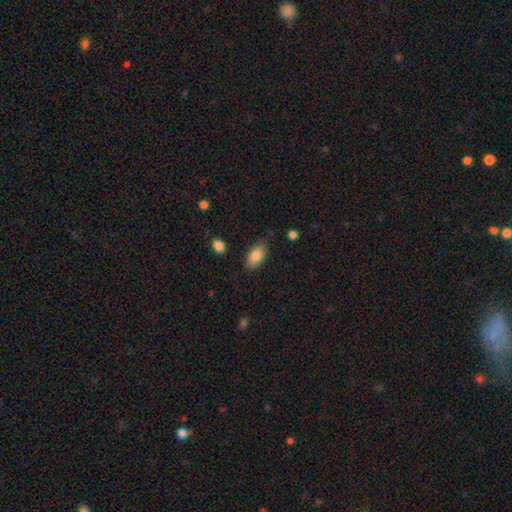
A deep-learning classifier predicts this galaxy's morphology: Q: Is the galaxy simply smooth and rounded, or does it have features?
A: smooth — 85%.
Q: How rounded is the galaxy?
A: in between — 91%.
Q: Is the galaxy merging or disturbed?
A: none — 79%.